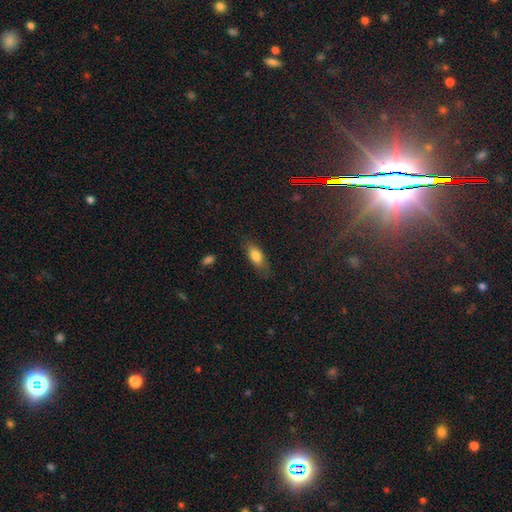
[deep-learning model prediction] Morphology: type=smooth (79%); roundness=in between (78%); merging=none (76%).